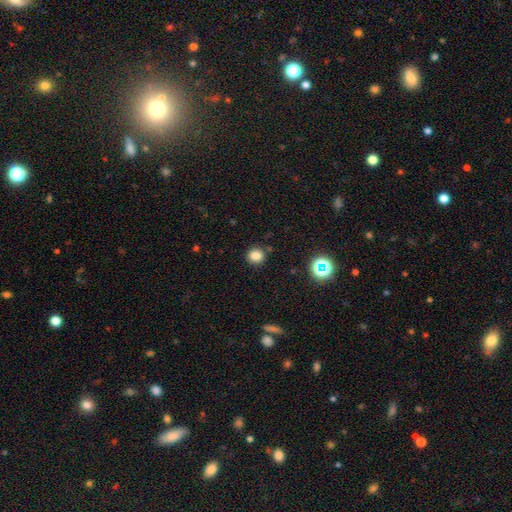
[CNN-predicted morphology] A smooth galaxy with no disk features (81%) that is round (88%). Merging: none (88%).